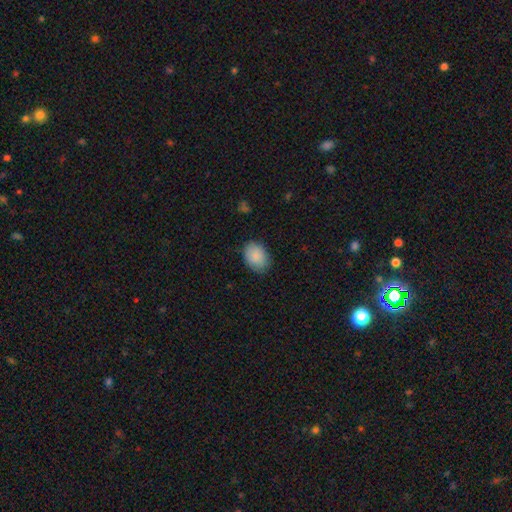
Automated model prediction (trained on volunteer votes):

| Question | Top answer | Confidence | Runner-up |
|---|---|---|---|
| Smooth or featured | smooth | 87% | star or artifact (7%) |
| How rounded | in between | 71% | round (28%) |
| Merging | none | 82% | minor disturbance (14%) |